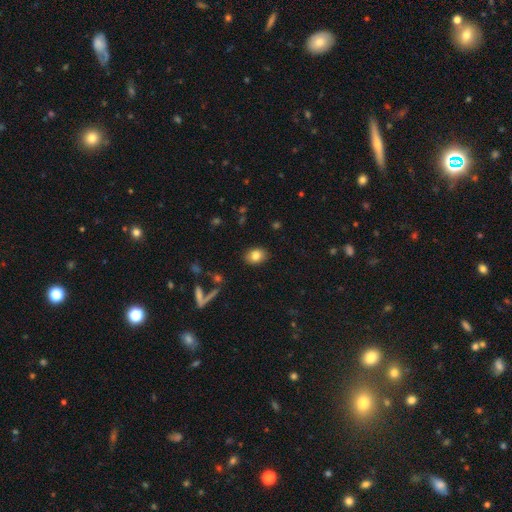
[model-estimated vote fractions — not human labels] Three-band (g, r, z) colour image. It shows a smooth galaxy with no disk features (80%) that is in between round and cigar-shaped (62%). Merging: none (88%).